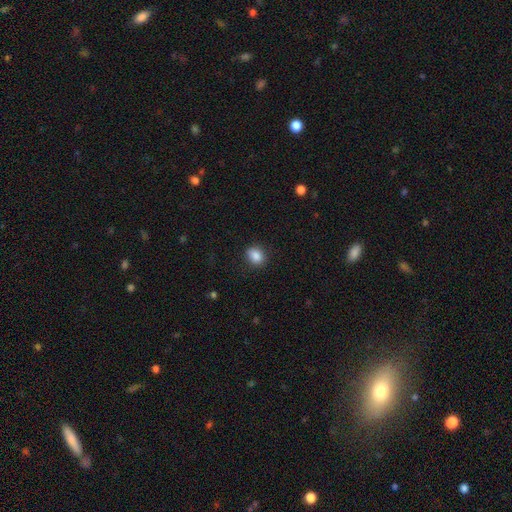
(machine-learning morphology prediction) Q: Smooth or featured?
A: smooth (86%); runner-up: star or artifact (9%)
Q: How rounded?
A: round (52%); runner-up: in between (47%)
Q: Merging?
A: none (83%); runner-up: minor disturbance (13%)